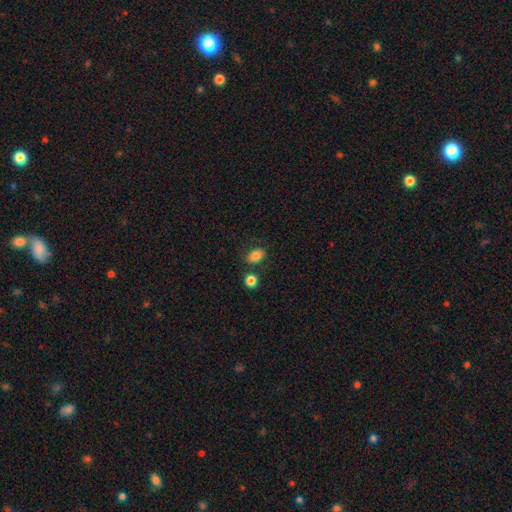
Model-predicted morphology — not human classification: Overall: smooth (82%). How rounded: in between (76%). Merging: none (75%).